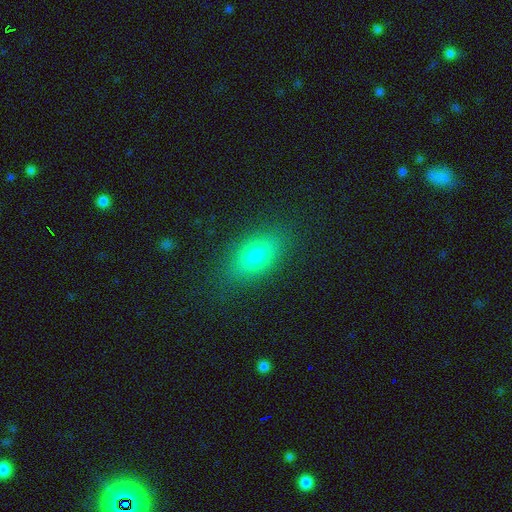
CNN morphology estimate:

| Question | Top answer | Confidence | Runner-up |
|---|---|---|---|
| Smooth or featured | smooth | 76% | featured or disk (13%) |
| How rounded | in between | 83% | round (11%) |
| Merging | none | 84% | minor disturbance (11%) |